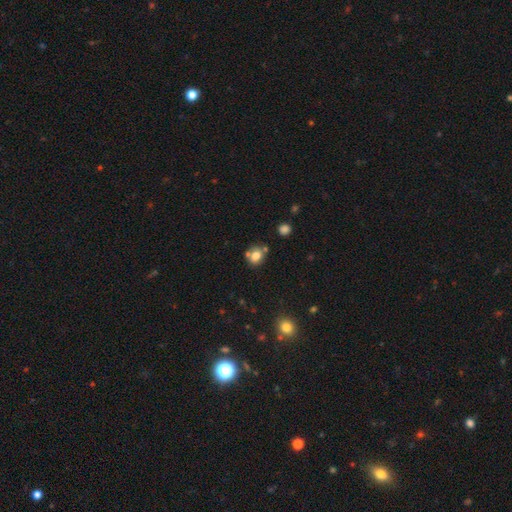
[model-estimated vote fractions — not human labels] Morphology: type=smooth (76%); roundness=round (65%); merging=none (57%).